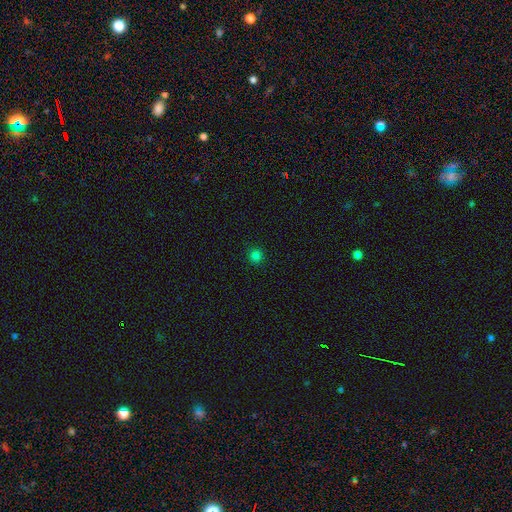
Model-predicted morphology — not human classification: smooth_or_featured: smooth (p=0.80) [alt: star or artifact p=0.16]
how_rounded: round (p=0.94) [alt: in between p=0.05]
merging: none (p=0.93) [alt: minor disturbance p=0.05]